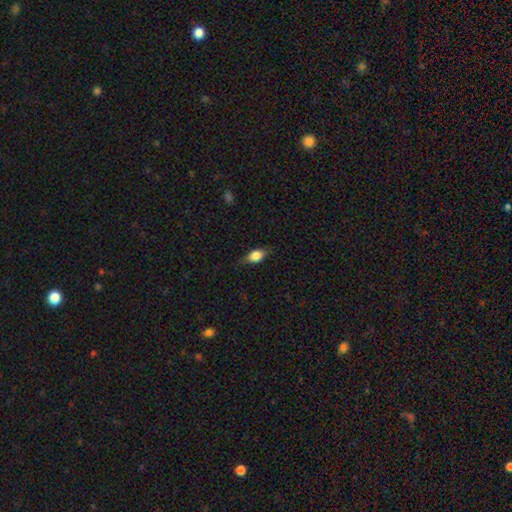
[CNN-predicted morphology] smooth 75%, featured or disk 17%, star or artifact 8%. Down the decision tree: how rounded — in between (78%); merging — none (76%).